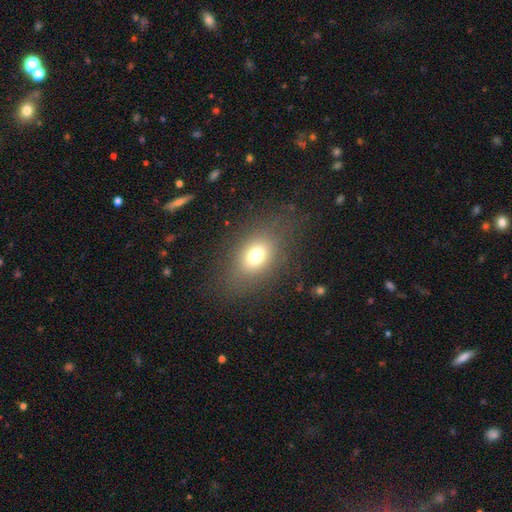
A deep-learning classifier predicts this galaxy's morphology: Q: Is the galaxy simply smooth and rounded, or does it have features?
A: smooth — 72%.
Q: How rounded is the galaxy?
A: in between — 68%.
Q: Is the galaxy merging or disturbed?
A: none — 77%.